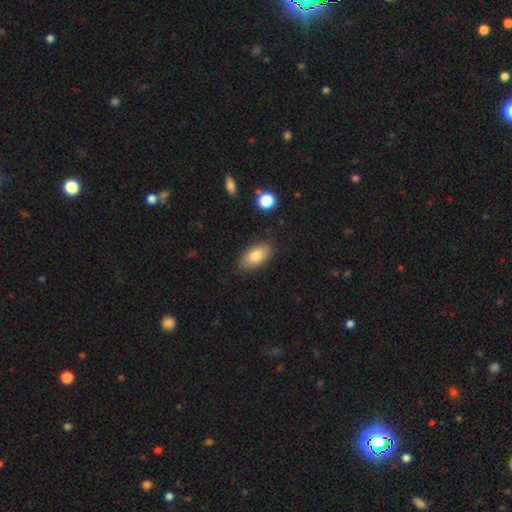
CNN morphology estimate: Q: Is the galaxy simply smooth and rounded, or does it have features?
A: smooth — 79%.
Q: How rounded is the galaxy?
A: in between — 92%.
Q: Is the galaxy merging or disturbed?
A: none — 83%.